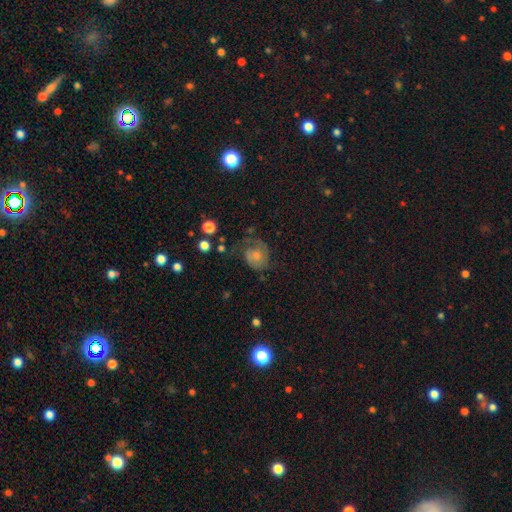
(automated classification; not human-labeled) smooth_or_featured: featured or disk (p=0.54) [alt: smooth p=0.37]
disk_edge_on: no (p=0.97) [alt: yes p=0.03]
bar: no (p=0.77) [alt: weak p=0.20]
has_spiral_arms: yes (p=0.81) [alt: no p=0.19]
bulge_size: small (p=0.48) [alt: moderate p=0.42]
merging: none (p=0.44) [alt: major disturbance p=0.29]